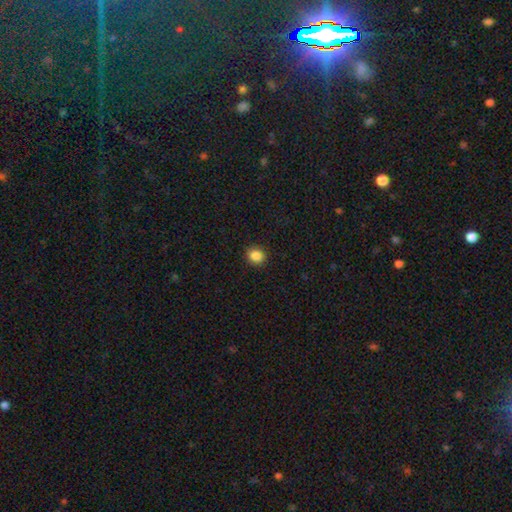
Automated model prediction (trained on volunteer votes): This is clearly a smooth galaxy (87%). How rounded: likely round (76%). Merging: clearly none (91%).